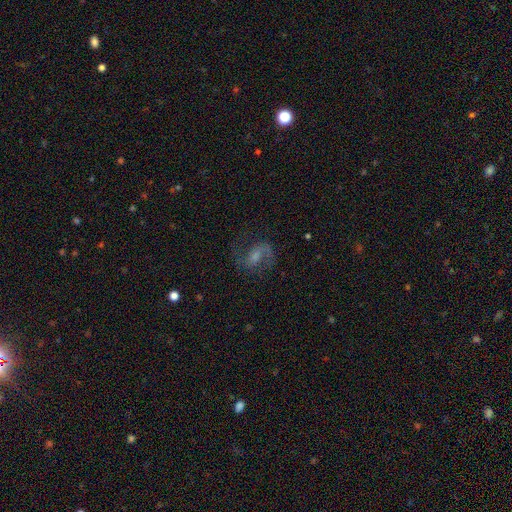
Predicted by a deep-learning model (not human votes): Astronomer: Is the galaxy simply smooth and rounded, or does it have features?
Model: featured or disk — 79%.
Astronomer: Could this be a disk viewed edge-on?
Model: no — 97%.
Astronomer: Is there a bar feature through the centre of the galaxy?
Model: weak — 50% (runner-up: no, 32%).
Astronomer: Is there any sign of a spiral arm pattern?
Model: yes — 95%.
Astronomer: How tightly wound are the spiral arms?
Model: medium — 50% (runner-up: loose, 39%).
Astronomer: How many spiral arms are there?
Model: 2 — 85%.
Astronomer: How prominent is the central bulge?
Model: small — 40% (runner-up: moderate, 38%).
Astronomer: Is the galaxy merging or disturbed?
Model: none — 69%.